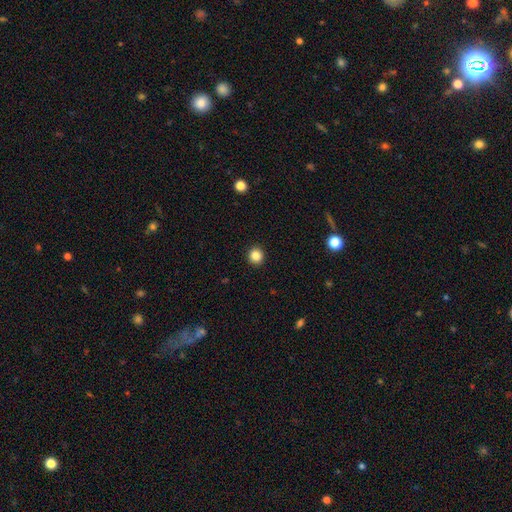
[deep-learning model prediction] Smooth or featured?
  - smooth: 85% *
  - star or artifact: 11%
  - featured or disk: 4%
How rounded?
  - round: 92% *
  - in between: 7%
  - cigar-shaped: 1%
Merging?
  - none: 93% *
  - minor disturbance: 4%
  - major disturbance: 2%
  - merger: 1%